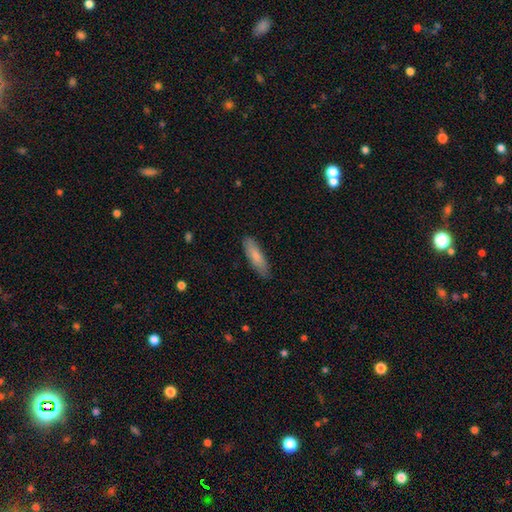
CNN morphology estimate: smooth-or-featured: smooth: 80% | featured or disk: 14% | star or artifact: 5%
  how-rounded: cigar-shaped: 62% | in between: 37% | round: 2%
  merging: none: 84% | minor disturbance: 12% | major disturbance: 2% | merger: 1%